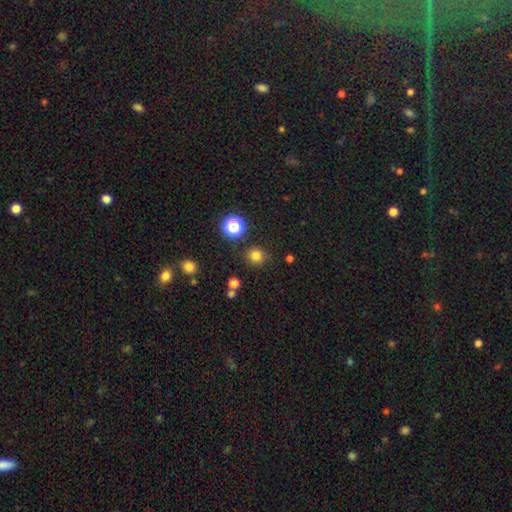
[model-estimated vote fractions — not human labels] smooth-or-featured: smooth: 78% | star or artifact: 17% | featured or disk: 5%
  how-rounded: round: 92% | in between: 7% | cigar-shaped: 1%
  merging: none: 87% | minor disturbance: 7% | major disturbance: 3% | merger: 2%